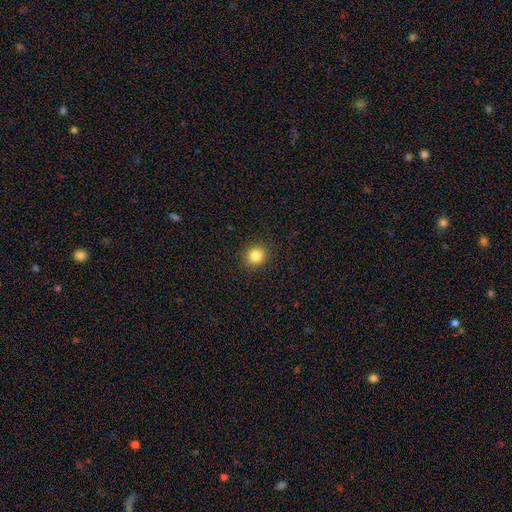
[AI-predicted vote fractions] This is clearly a smooth galaxy (83%). How rounded: clearly round (84%). Merging: clearly none (90%).